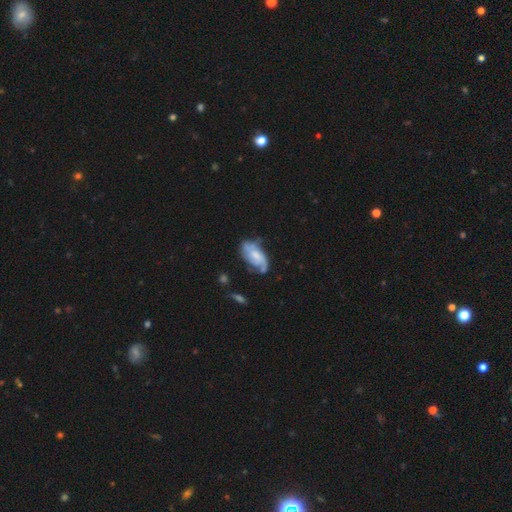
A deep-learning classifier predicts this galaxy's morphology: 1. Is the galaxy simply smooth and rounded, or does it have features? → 64% featured or disk, 30% smooth, 7% star or artifact.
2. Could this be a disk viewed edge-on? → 95% no, 5% yes.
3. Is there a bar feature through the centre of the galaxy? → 55% no, 36% weak, 9% strong.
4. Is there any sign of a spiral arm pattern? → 87% yes, 13% no.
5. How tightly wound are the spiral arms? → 41% medium, 34% tight, 25% loose.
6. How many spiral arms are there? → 55% 2, 23% can't tell, 10% 1, 8% 3, 2% 4, 2% more than 4.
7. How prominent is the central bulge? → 36% small, 34% moderate, 18% none, 9% large, 2% dominant.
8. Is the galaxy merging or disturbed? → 50% none, 29% minor disturbance, 16% major disturbance, 5% merger.